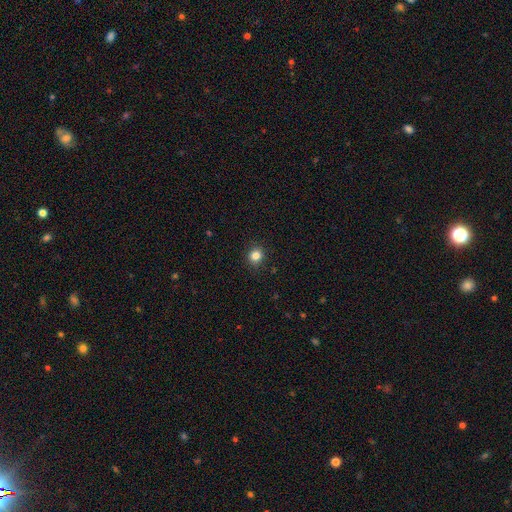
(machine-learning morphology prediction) smooth 83%, star or artifact 12%, featured or disk 5%. Down the decision tree: how rounded — round (83%); merging — none (90%).